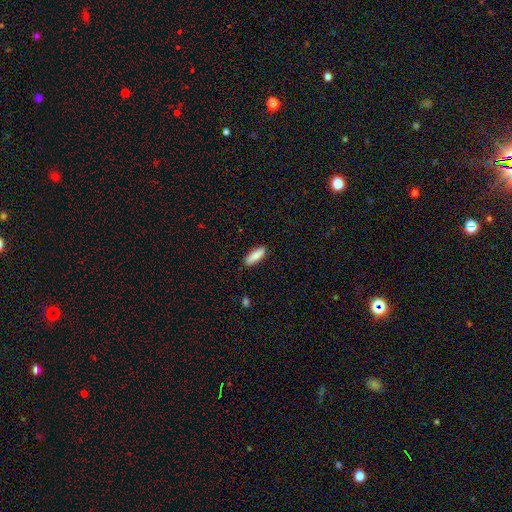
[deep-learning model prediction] smooth-or-featured: smooth: 83% | featured or disk: 11% | star or artifact: 6%
  how-rounded: in between: 53% | cigar-shaped: 46% | round: 2%
  merging: none: 88% | minor disturbance: 9% | major disturbance: 2% | merger: 1%